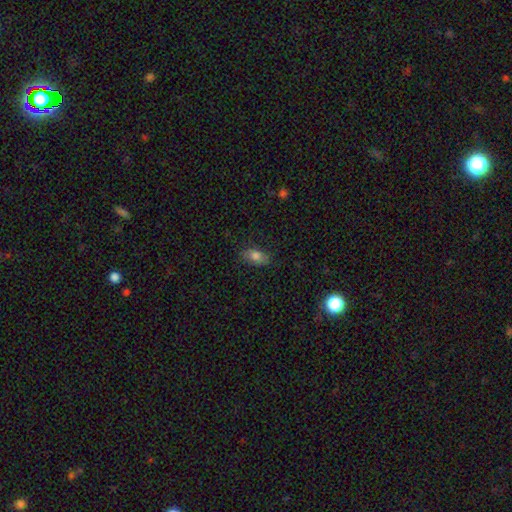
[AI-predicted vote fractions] smooth_or_featured: smooth (p=0.78) [alt: featured or disk p=0.13]
how_rounded: in between (p=0.89) [alt: round p=0.07]
merging: none (p=0.80) [alt: minor disturbance p=0.16]